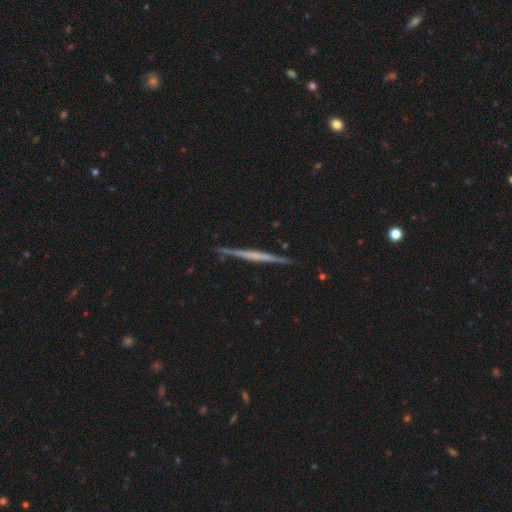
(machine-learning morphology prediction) This is likely a featured or disk galaxy (68%). It is clearly viewed edge-on (98%). Edge-on bulge: likely none (75%). Merging: clearly none (90%).